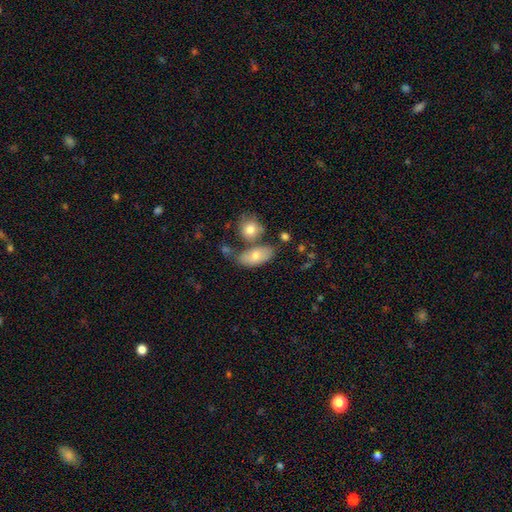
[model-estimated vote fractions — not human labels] This is likely a smooth galaxy (73%). How rounded: clearly in between (88%). Merging: possibly none (51%).